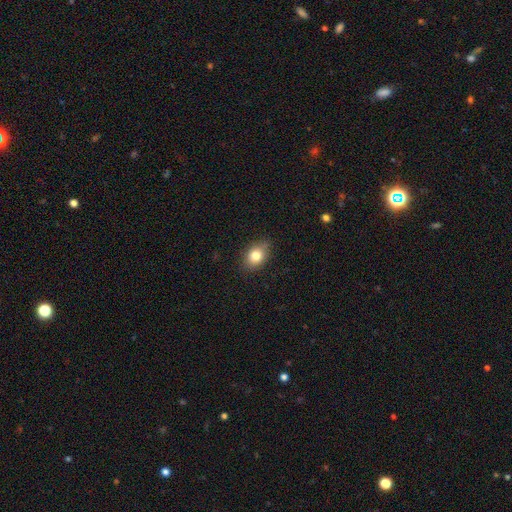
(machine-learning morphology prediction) Q: Smooth or featured?
A: smooth (80%); runner-up: featured or disk (10%)
Q: How rounded?
A: in between (71%); runner-up: round (27%)
Q: Merging?
A: none (82%); runner-up: minor disturbance (14%)